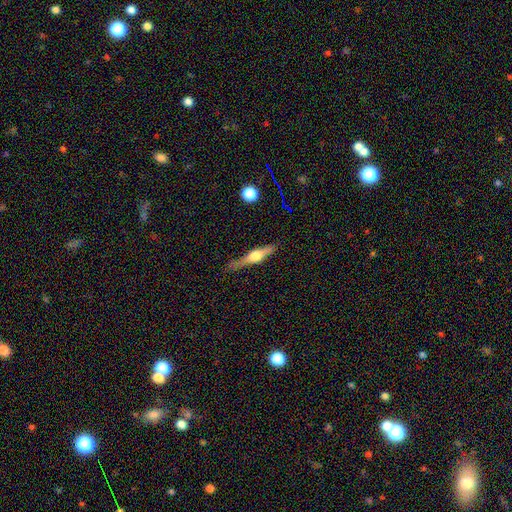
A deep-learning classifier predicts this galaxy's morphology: A featured or disk galaxy (68%) viewed edge-on (96%) with a rounded central bulge (91%).

Vote fractions:
- Smooth or featured? featured or disk: 68% / smooth: 26% / star or artifact: 6%
- Edge-on disk? yes: 96% / no: 4%
- Edge-on bulge? rounded: 91% / boxy: 6% / none: 2%
- Merging? none: 76% / minor disturbance: 18% / major disturbance: 5% / merger: 2%